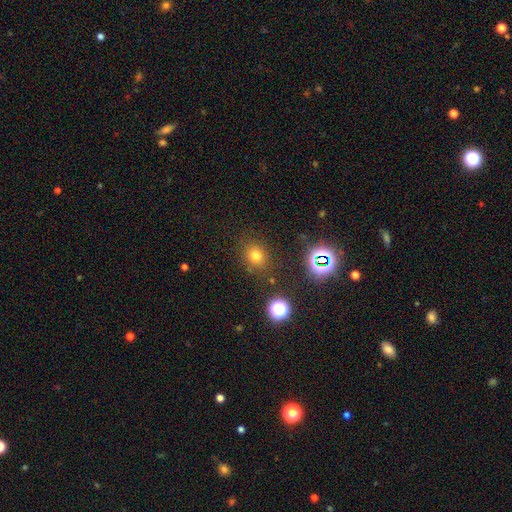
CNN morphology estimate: A smooth galaxy with no disk features (71%) that is round (74%). Merging: none (82%).